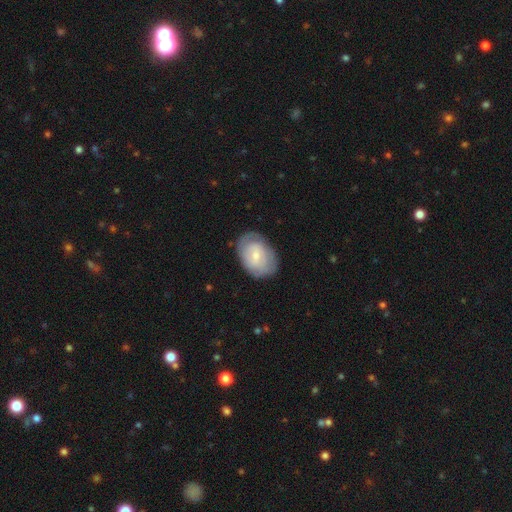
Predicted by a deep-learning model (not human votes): smooth-or-featured: smooth: 52% | featured or disk: 42% | star or artifact: 6%
  how-rounded: in between: 79% | round: 20% | cigar-shaped: 1%
  merging: none: 72% | minor disturbance: 20% | major disturbance: 7% | merger: 1%